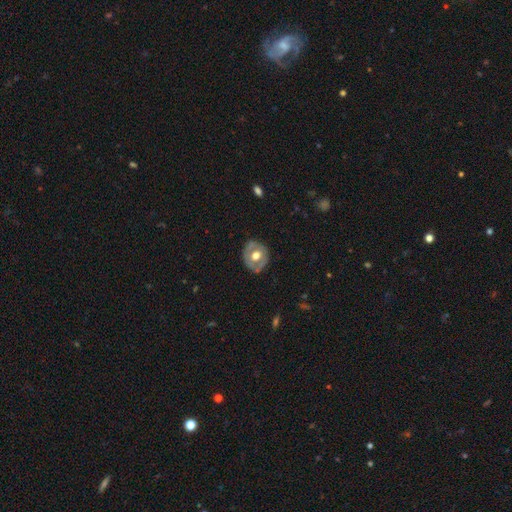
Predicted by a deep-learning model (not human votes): Smooth or featured? featured or disk (55%)
Edge-on disk? no (95%)
Bar? no (79%)
Spiral arms? no (77%)
Bulge size? moderate (65%)
Merging? none (77%)